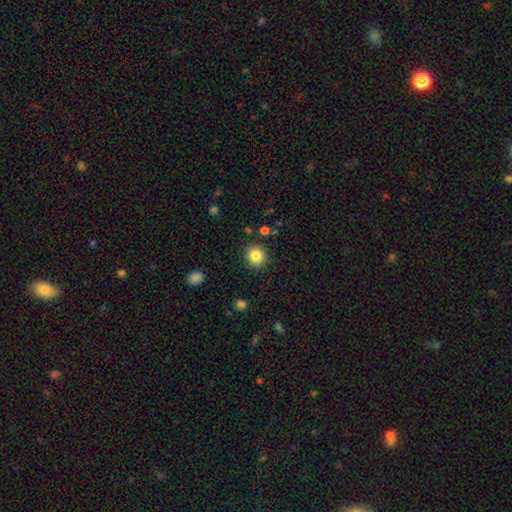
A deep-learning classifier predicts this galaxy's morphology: smooth_or_featured: smooth (p=0.84) [alt: star or artifact p=0.10]
how_rounded: round (p=0.90) [alt: in between p=0.09]
merging: none (p=0.89) [alt: minor disturbance p=0.07]